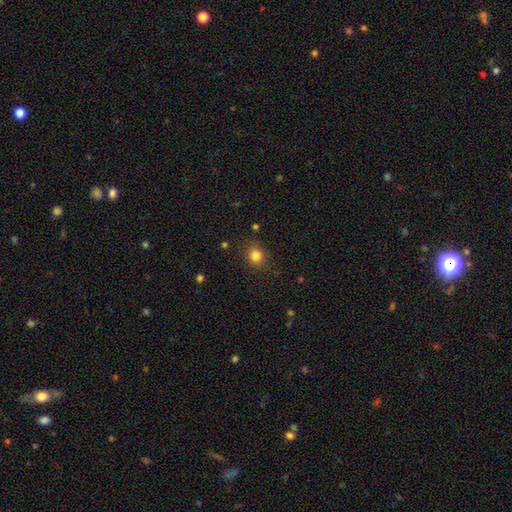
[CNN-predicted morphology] Smooth or featured? smooth (82%)
How rounded? round (76%)
Merging? none (85%)